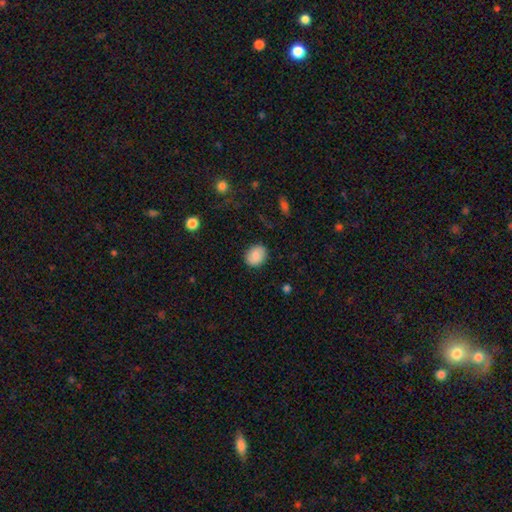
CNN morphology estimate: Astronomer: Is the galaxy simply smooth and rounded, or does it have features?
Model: smooth — 84%.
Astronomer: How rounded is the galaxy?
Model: round — 52% (runner-up: in between, 47%).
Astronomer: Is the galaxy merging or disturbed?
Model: none — 86%.